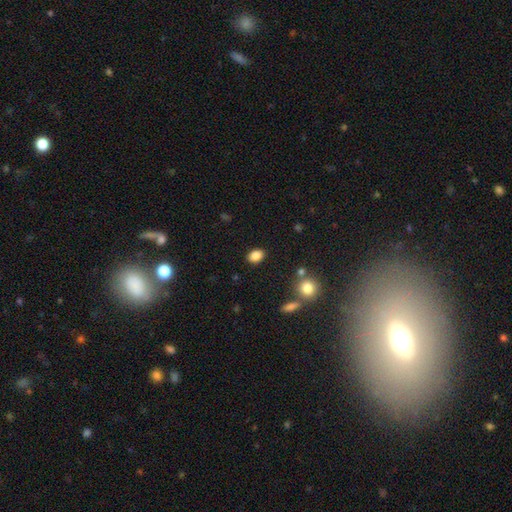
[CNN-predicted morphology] smooth_or_featured: smooth (p=0.86) [alt: star or artifact p=0.10]
how_rounded: in between (p=0.77) [alt: round p=0.22]
merging: none (p=0.86) [alt: minor disturbance p=0.09]